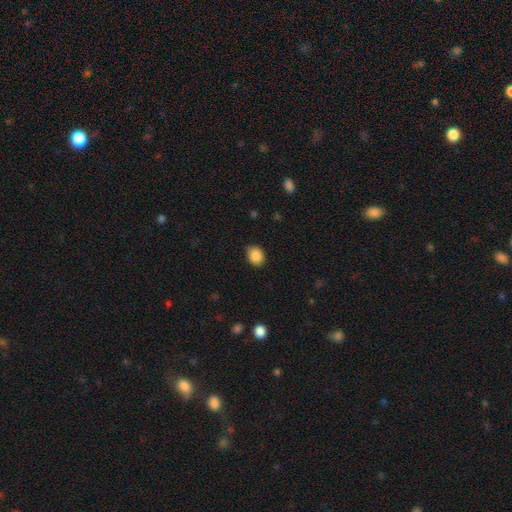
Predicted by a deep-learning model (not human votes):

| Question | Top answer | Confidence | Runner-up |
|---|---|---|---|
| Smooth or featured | smooth | 87% | star or artifact (9%) |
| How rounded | in between | 52% | round (47%) |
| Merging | none | 83% | minor disturbance (14%) |